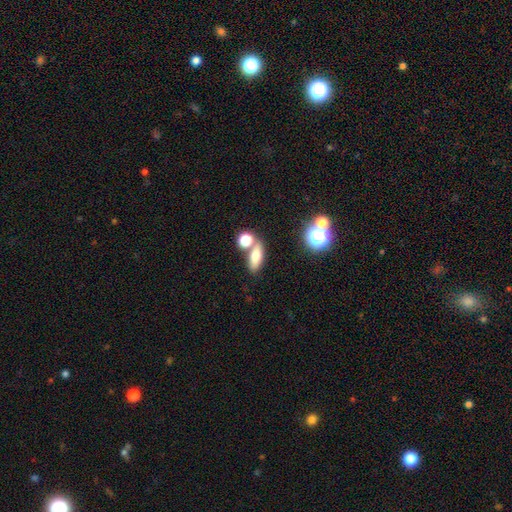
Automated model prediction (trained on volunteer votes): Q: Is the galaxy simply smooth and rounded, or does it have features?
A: smooth — 69%.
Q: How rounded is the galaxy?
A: in between — 65%.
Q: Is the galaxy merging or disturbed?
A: none — 64%.